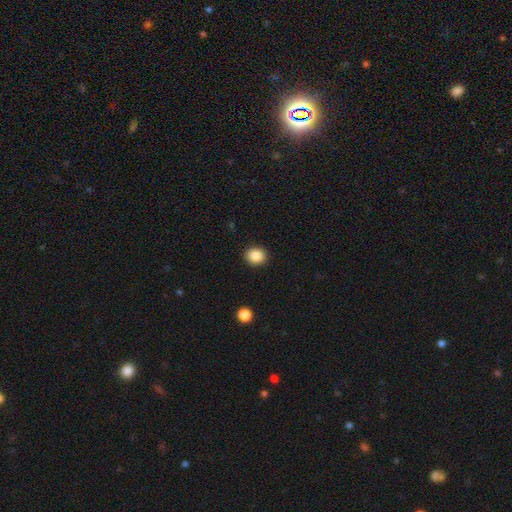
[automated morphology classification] A smooth galaxy with no disk features (88%) that is round (69%). Merging: none (91%).